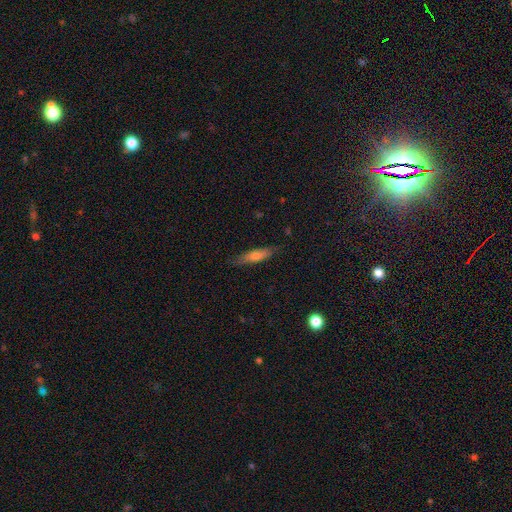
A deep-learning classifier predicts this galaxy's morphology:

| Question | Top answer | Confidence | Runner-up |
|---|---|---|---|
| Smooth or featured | smooth | 57% | featured or disk (36%) |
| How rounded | cigar-shaped | 79% | in between (19%) |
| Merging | none | 84% | minor disturbance (13%) |